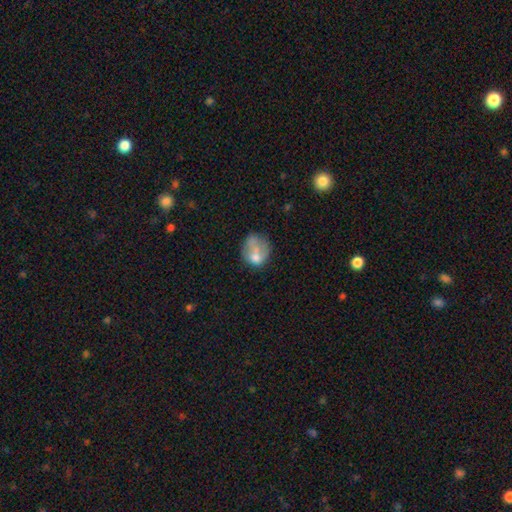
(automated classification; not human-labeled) smooth 57%, featured or disk 33%, star or artifact 10%. Down the decision tree: how rounded — round (57%); merging — none (35%).